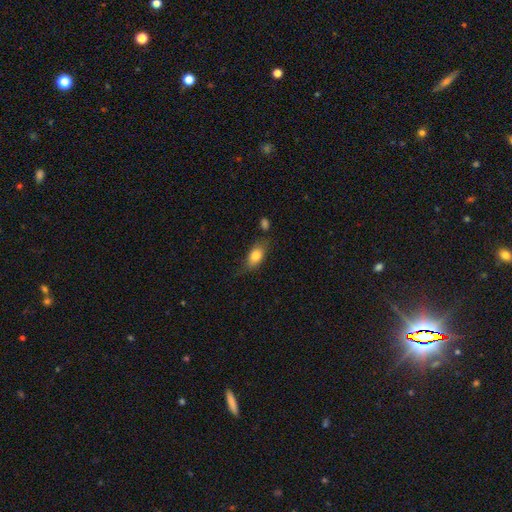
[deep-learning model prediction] Smooth or featured: smooth — 78% (featured or disk — 15%)
How rounded: in between — 84% (round — 9%)
Merging: none — 64% (minor disturbance — 24%)